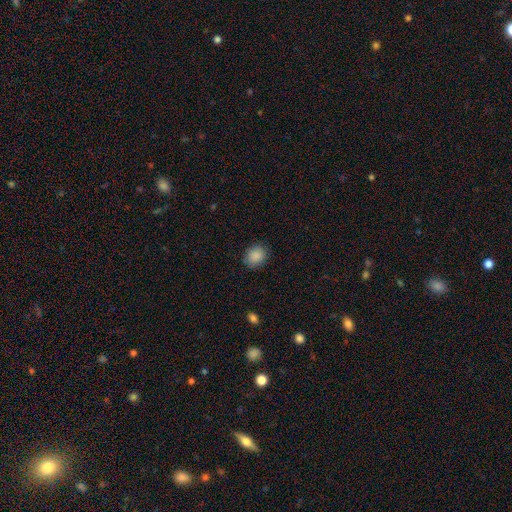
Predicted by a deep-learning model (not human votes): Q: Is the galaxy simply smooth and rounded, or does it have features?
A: smooth — 88%.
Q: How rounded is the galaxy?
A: round — 56%.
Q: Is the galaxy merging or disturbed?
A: none — 85%.